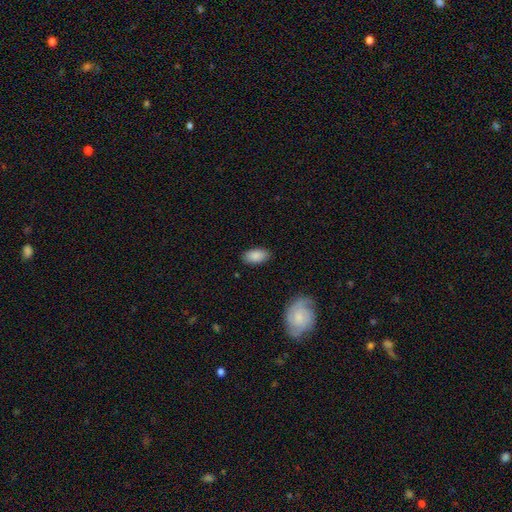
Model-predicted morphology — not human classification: Smooth or featured? Predicted: smooth (p=0.87). How rounded? Predicted: in between (p=0.94). Merging? Predicted: none (p=0.86).